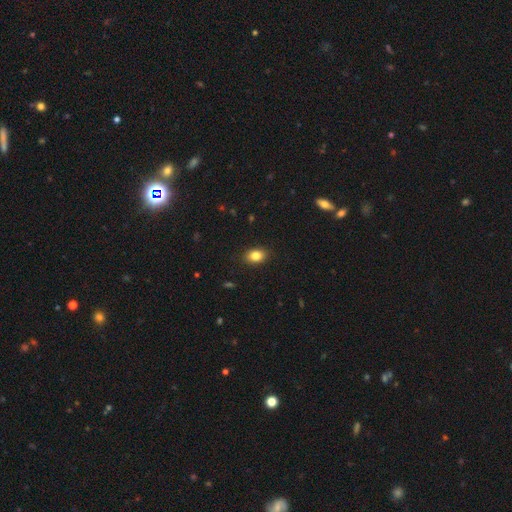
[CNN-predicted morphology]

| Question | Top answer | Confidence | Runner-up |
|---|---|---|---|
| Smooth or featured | smooth | 84% | star or artifact (9%) |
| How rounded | in between | 81% | round (18%) |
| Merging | none | 88% | minor disturbance (9%) |